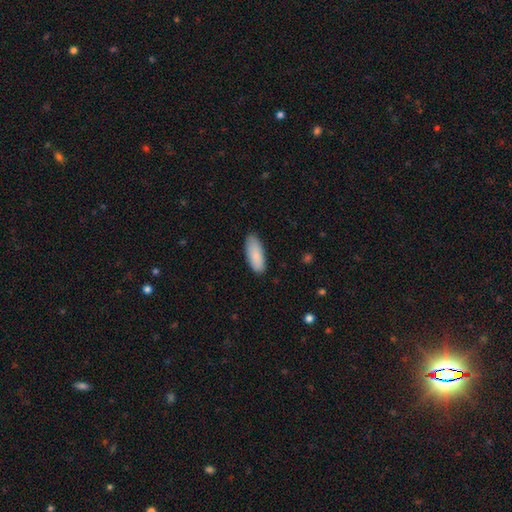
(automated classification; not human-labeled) Smooth or featured? Predicted: smooth (p=0.86). How rounded? Predicted: in between (p=0.78). Merging? Predicted: none (p=0.84).